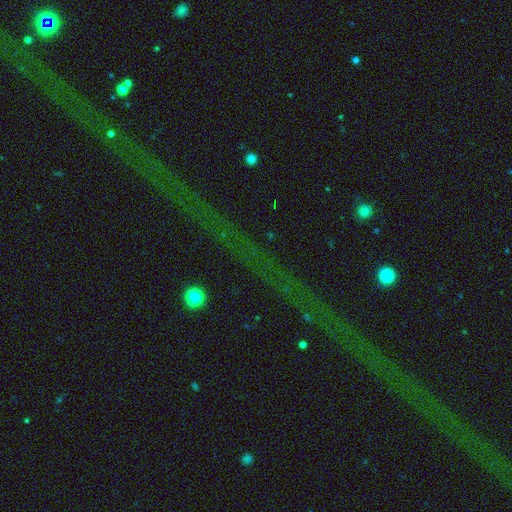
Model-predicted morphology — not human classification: Smooth or featured: star or artifact — 74% (featured or disk — 16%)